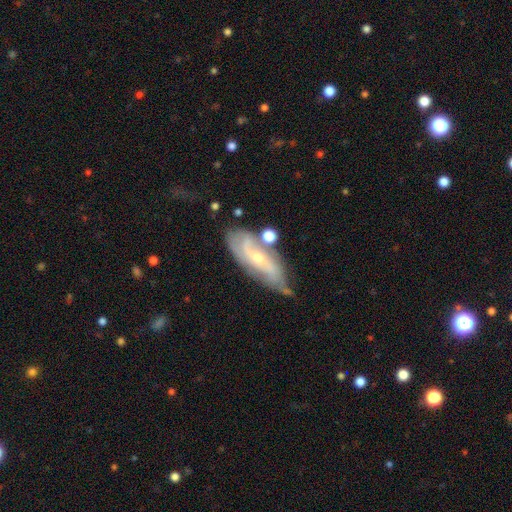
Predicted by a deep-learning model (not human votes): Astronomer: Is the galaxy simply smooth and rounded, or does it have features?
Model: featured or disk — 71%.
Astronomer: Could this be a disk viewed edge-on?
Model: no — 83%.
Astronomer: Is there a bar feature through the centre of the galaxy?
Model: no — 59%.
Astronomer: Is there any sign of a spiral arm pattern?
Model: yes — 82%.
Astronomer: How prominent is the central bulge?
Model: small — 65%.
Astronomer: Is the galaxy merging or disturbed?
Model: none — 56%.